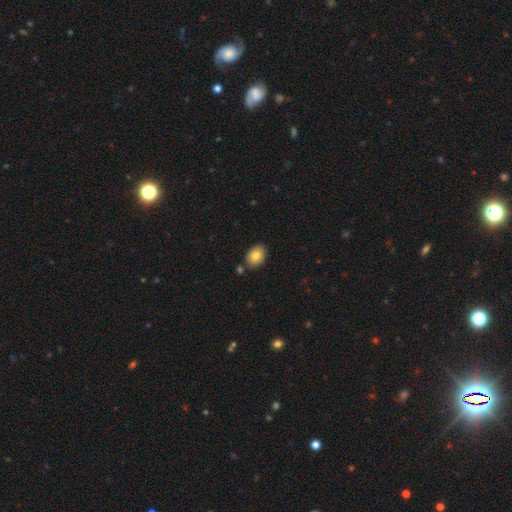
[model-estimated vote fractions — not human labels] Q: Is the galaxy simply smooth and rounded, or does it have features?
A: smooth — 81%.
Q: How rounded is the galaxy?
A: in between — 80%.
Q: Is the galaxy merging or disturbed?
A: none — 83%.